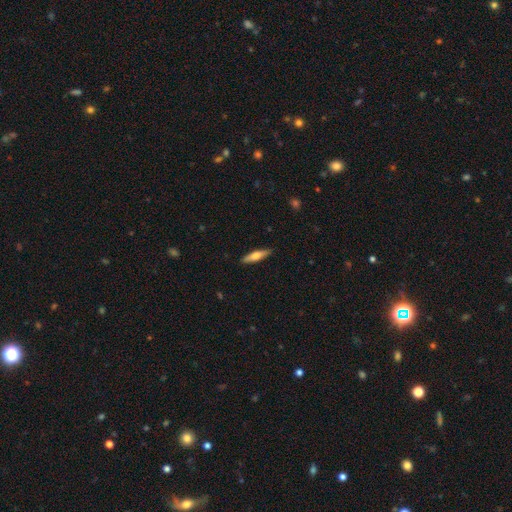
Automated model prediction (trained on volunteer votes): A smooth galaxy with no disk features (59%) that is cigar-shaped (76%). Merging: none (90%).